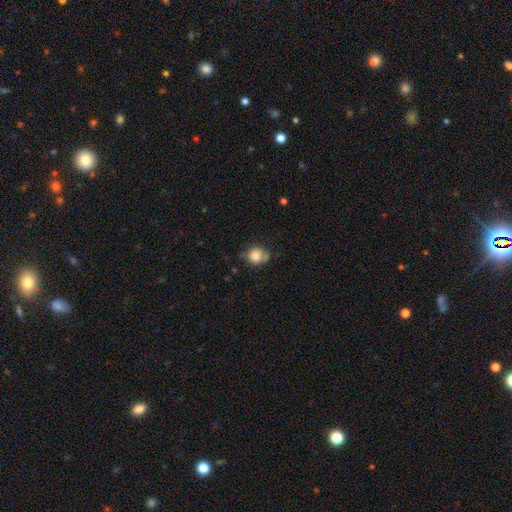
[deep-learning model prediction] smooth 80%, featured or disk 11%, star or artifact 10%. Down the decision tree: how rounded — round (76%); merging — none (55%).